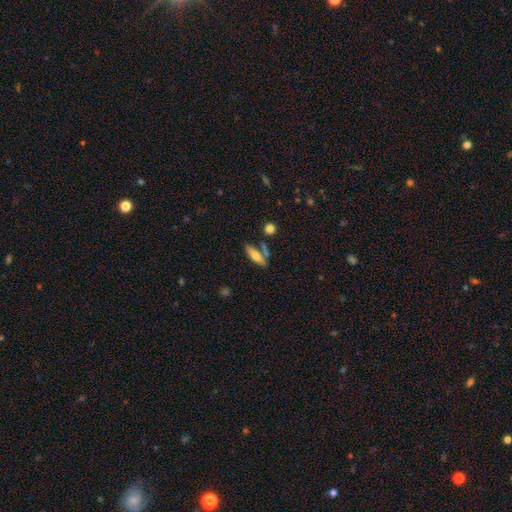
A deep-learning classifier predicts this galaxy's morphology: The model was most divided on "how rounded": cigar-shaped: 49%, in between: 48%, round: 3%. More confident: merging — none (66%); smooth or featured — smooth (58%).